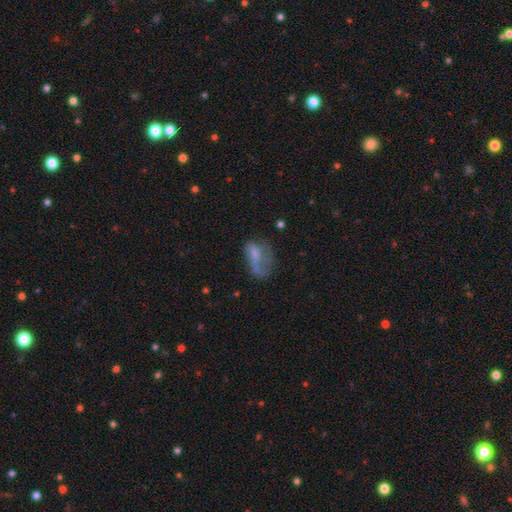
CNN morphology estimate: Smooth or featured? Predicted: smooth (p=0.46). Merging? Predicted: major disturbance (p=0.41).